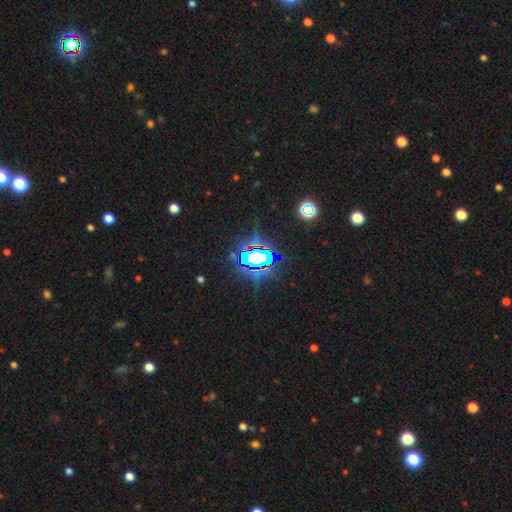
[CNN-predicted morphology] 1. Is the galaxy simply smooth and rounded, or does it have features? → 70% star or artifact, 16% smooth, 14% featured or disk.